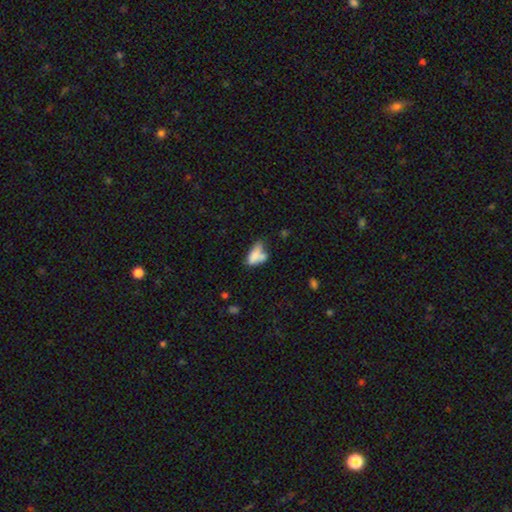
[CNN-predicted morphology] A smooth galaxy with no disk features (69%) that is in between round and cigar-shaped (81%). Merging: merger (34%).